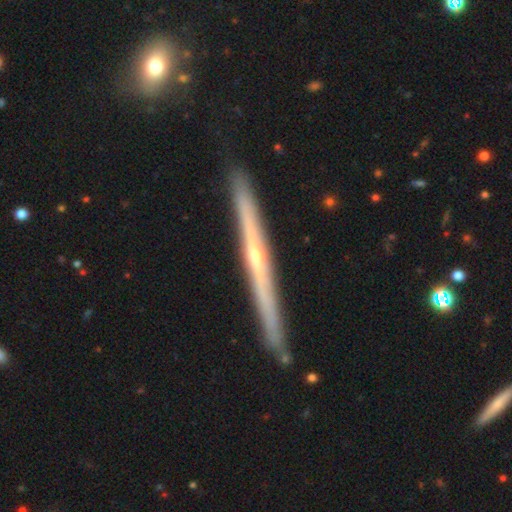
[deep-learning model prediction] A featured or disk galaxy (78%) viewed edge-on (98%) with a rounded central bulge (54%). Merging: none (89%).